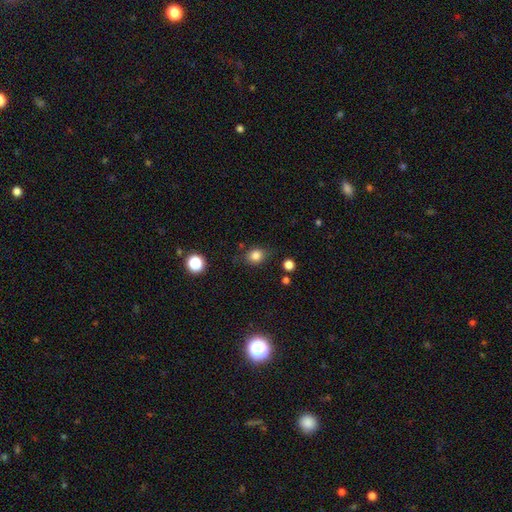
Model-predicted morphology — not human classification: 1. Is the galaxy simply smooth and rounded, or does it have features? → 82% smooth, 11% star or artifact, 6% featured or disk.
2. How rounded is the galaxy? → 59% round, 40% in between, 1% cigar-shaped.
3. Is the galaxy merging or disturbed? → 78% none, 16% minor disturbance, 4% major disturbance, 3% merger.